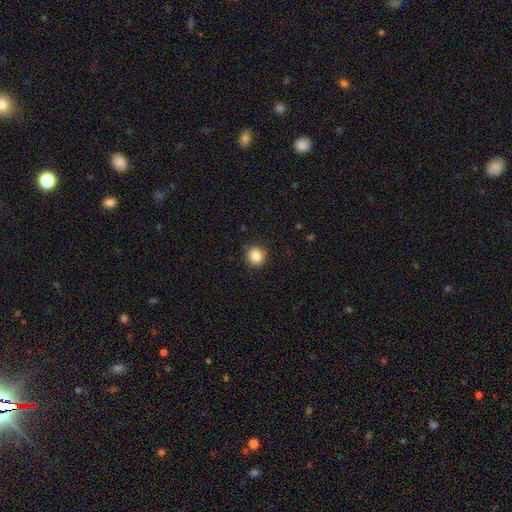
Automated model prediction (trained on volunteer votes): This is clearly a smooth galaxy (85%). How rounded: clearly round (91%). Merging: clearly none (87%).